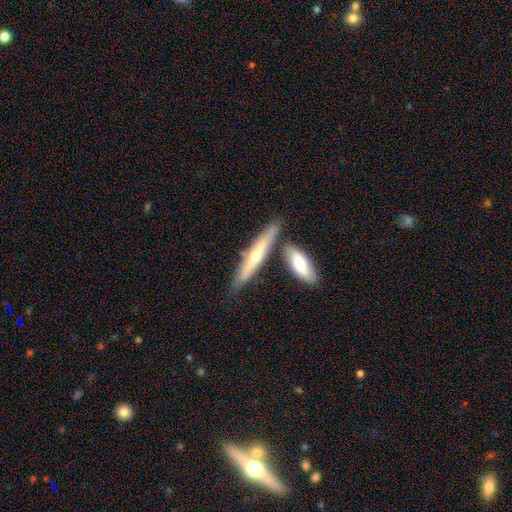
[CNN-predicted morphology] Smooth or featured?
  - featured or disk: 61% *
  - smooth: 32%
  - star or artifact: 6%
Edge-on disk?
  - yes: 86% *
  - no: 14%
Edge-on bulge?
  - rounded: 81% *
  - none: 16%
  - boxy: 3%
Merging?
  - none: 67% *
  - merger: 20%
  - minor disturbance: 11%
  - major disturbance: 3%